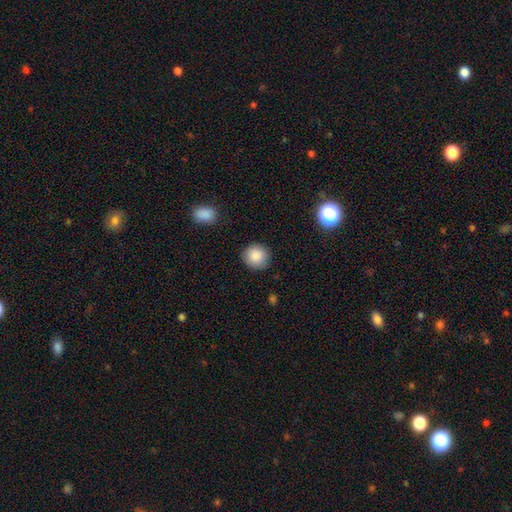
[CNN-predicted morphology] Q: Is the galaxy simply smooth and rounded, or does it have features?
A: smooth — 87%.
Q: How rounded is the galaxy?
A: round — 92%.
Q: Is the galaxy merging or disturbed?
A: none — 89%.